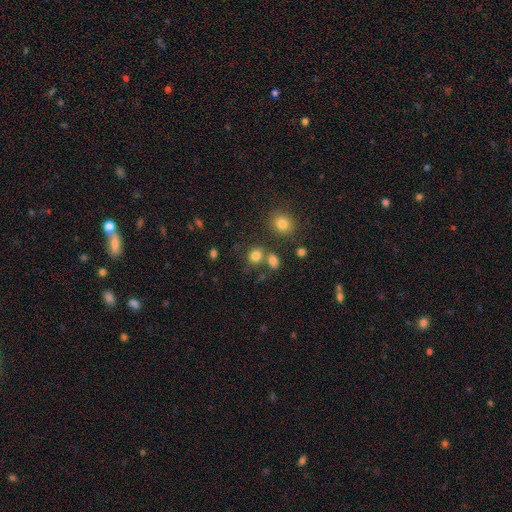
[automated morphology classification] This appears to be a smooth galaxy with no disk features (80%) that is round (62%). Merging: none (58%).